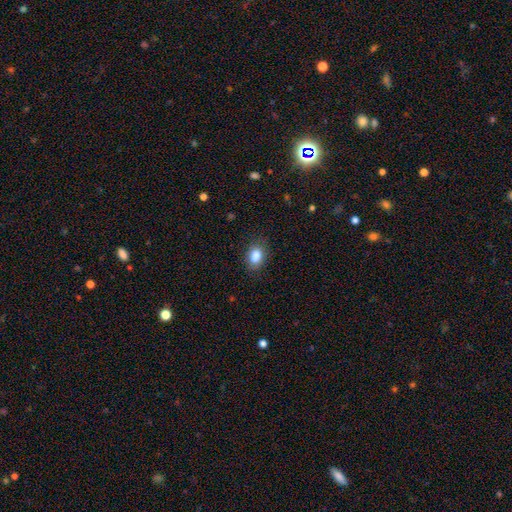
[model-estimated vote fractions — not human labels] This is clearly a smooth galaxy (86%). How rounded: clearly in between (80%). Merging: clearly none (82%).